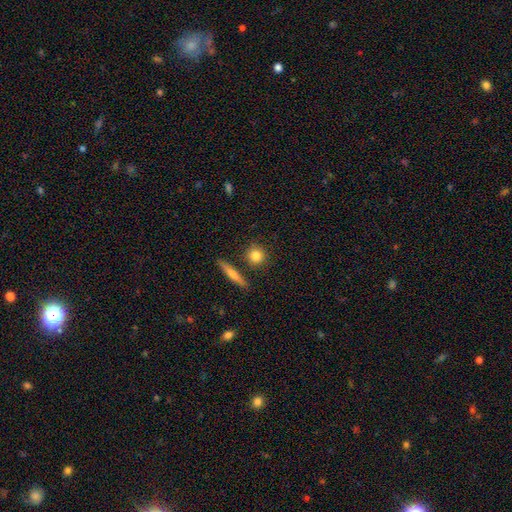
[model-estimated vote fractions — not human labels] Smooth or featured?
  - smooth: 81% *
  - featured or disk: 11%
  - star or artifact: 8%
How rounded?
  - round: 83% *
  - in between: 11%
  - cigar-shaped: 6%
Merging?
  - none: 82% *
  - minor disturbance: 9%
  - merger: 7%
  - major disturbance: 3%